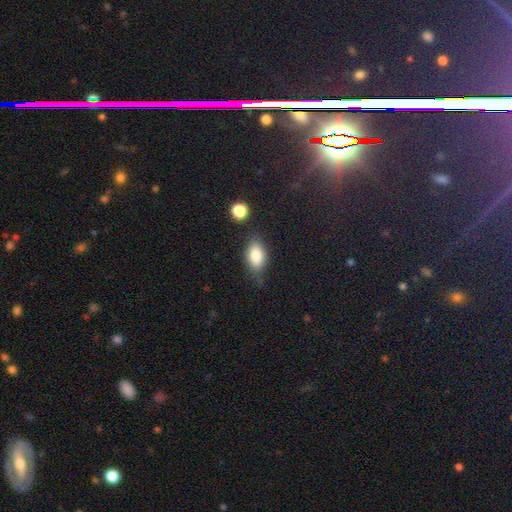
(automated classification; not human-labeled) This appears to be a smooth galaxy with no disk features (82%) that is in between round and cigar-shaped (88%). Merging: none (71%).